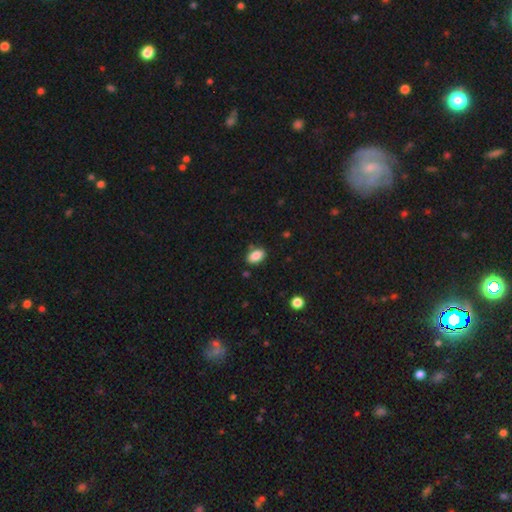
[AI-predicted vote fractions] Smooth or featured? smooth (87%)
How rounded? in between (89%)
Merging? none (83%)